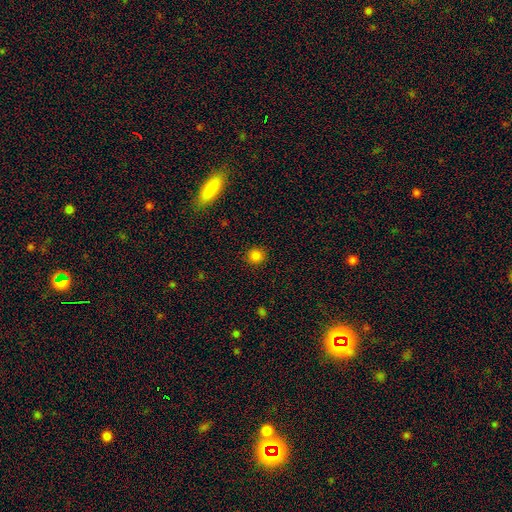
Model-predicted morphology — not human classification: Q: Smooth or featured?
A: smooth (83%); runner-up: star or artifact (13%)
Q: How rounded?
A: round (90%); runner-up: in between (8%)
Q: Merging?
A: none (91%); runner-up: minor disturbance (6%)